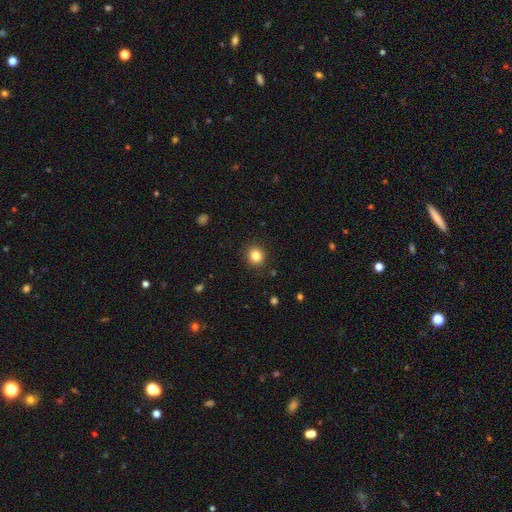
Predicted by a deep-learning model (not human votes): Smooth or featured?
  - smooth: 83% *
  - star or artifact: 11%
  - featured or disk: 6%
How rounded?
  - round: 85% *
  - in between: 14%
  - cigar-shaped: 1%
Merging?
  - none: 91% *
  - minor disturbance: 6%
  - major disturbance: 2%
  - merger: 1%